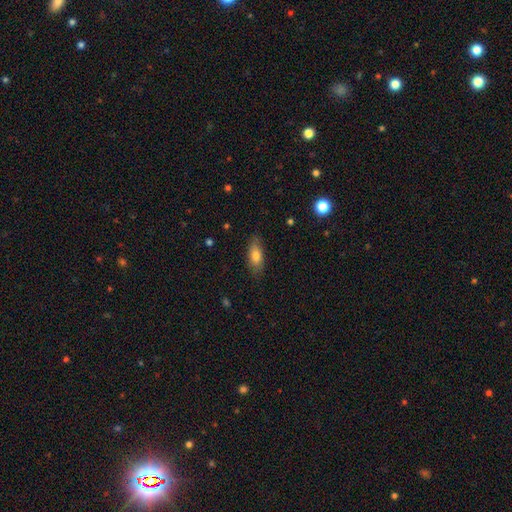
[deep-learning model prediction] Smooth or featured?
  - smooth: 77% *
  - featured or disk: 16%
  - star or artifact: 7%
How rounded?
  - in between: 77% *
  - cigar-shaped: 20%
  - round: 3%
Merging?
  - none: 82% *
  - minor disturbance: 14%
  - major disturbance: 3%
  - merger: 1%